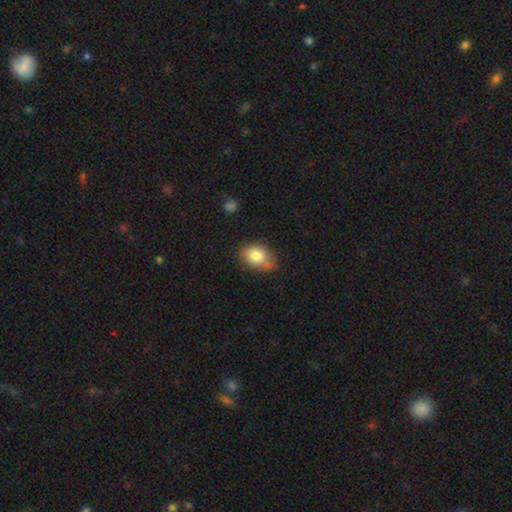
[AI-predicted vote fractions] This appears to be a smooth galaxy with no disk features (81%) that is in between round and cigar-shaped (76%). Merging: none (60%).